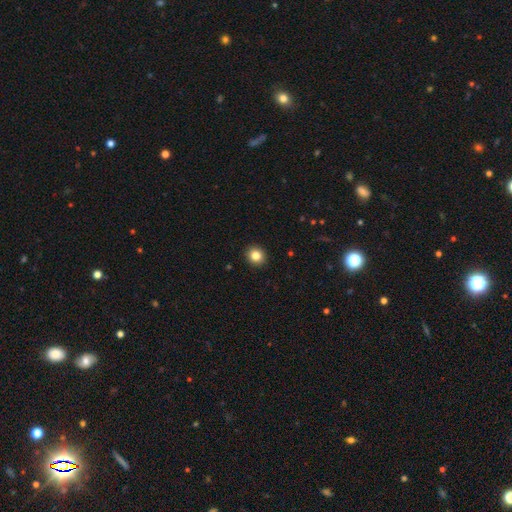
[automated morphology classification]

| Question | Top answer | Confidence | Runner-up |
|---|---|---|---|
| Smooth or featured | smooth | 84% | star or artifact (10%) |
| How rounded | round | 86% | in between (13%) |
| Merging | none | 92% | minor disturbance (5%) |